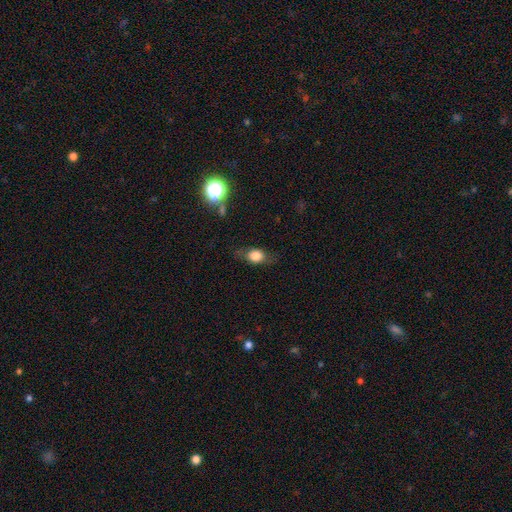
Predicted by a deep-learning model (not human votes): A smooth galaxy with no disk features (70%) that is in between round and cigar-shaped (63%).

Vote fractions:
- Smooth or featured? smooth: 70% / featured or disk: 19% / star or artifact: 11%
- How rounded? in between: 63% / round: 31% / cigar-shaped: 6%
- Merging? none: 71% / minor disturbance: 19% / major disturbance: 8% / merger: 2%